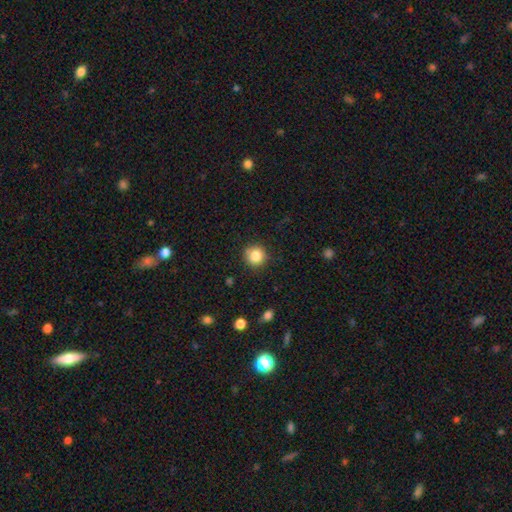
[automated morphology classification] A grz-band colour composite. It shows a smooth galaxy with no disk features (84%) that is round (93%). Merging: none (85%).